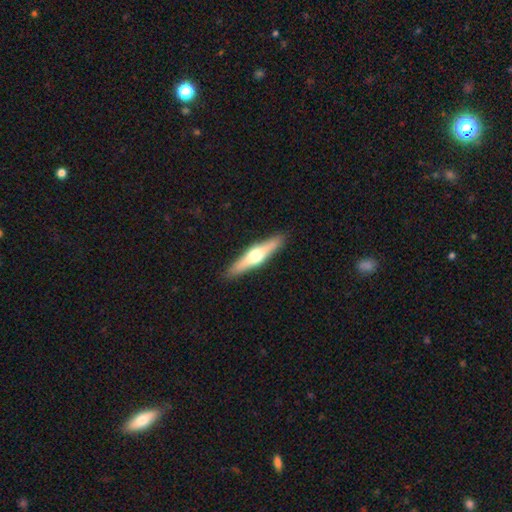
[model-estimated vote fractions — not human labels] Overall: featured or disk (59%; smooth 36%). Edge-on disk: yes (96%). Edge-on bulge: rounded (93%). Merging: none (91%).